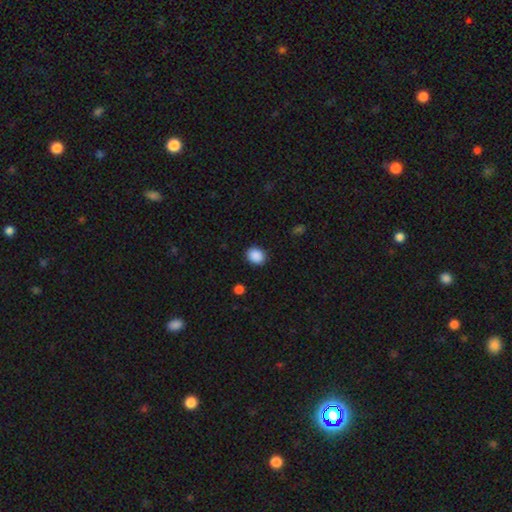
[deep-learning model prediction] Smooth or featured: smooth — 90% (star or artifact — 8%)
How rounded: round — 60% (in between — 39%)
Merging: none — 89% (minor disturbance — 7%)